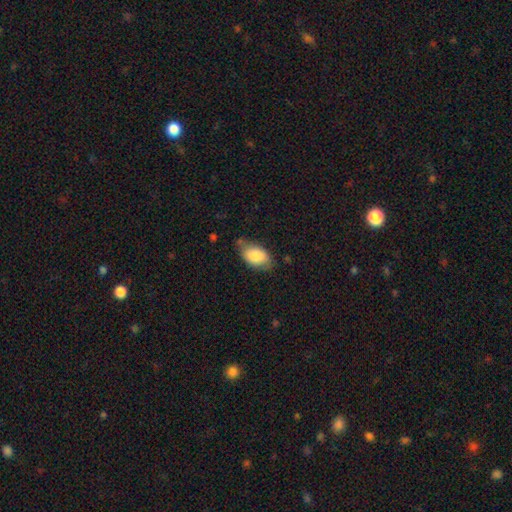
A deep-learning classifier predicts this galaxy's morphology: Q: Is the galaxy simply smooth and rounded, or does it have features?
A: smooth — 84%.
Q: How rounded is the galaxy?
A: in between — 92%.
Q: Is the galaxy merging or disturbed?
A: none — 66%.